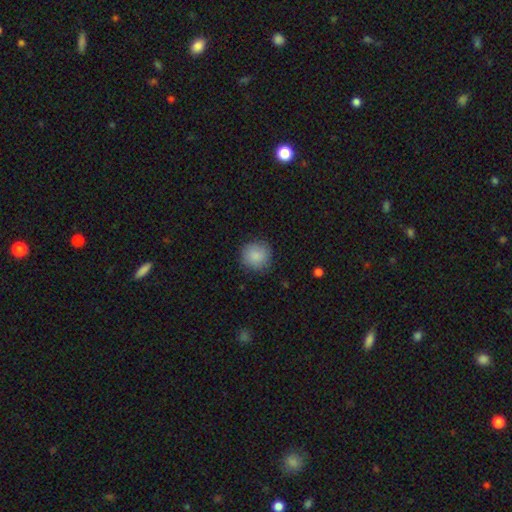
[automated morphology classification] type=smooth (87%); roundness=round (92%); merging=none (85%).